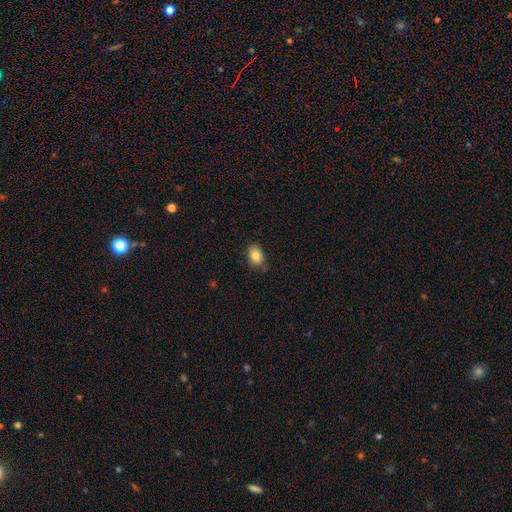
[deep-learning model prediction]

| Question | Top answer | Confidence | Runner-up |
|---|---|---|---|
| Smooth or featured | smooth | 83% | featured or disk (9%) |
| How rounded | in between | 77% | round (22%) |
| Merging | none | 80% | minor disturbance (16%) |